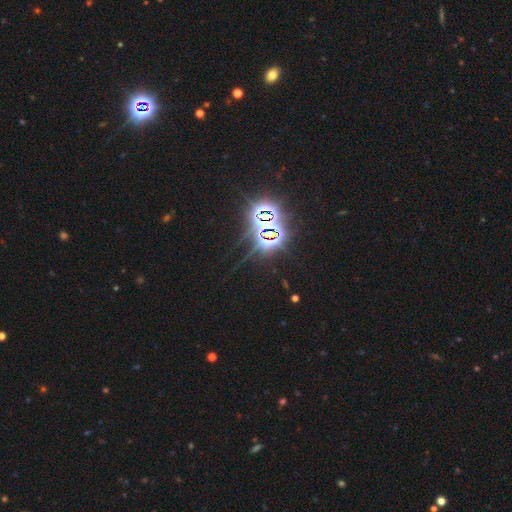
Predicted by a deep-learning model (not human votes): Q: Smooth or featured?
A: star or artifact (74%); runner-up: smooth (17%)